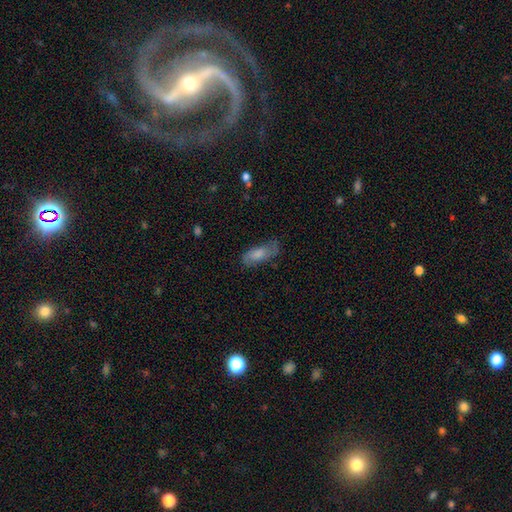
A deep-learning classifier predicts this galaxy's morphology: Overall: smooth (59%; featured or disk 31%). How rounded: in between (71%). Merging: none (65%).